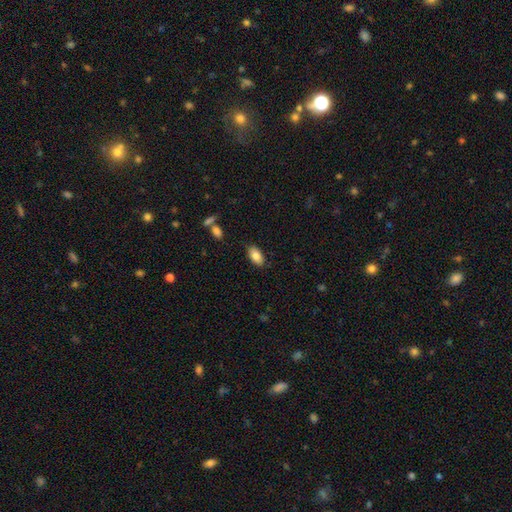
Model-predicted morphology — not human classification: A smooth galaxy with no disk features (84%) that is in between round and cigar-shaped (92%).

Vote fractions:
- Smooth or featured? smooth: 84% / featured or disk: 9% / star or artifact: 7%
- How rounded? in between: 92% / cigar-shaped: 4% / round: 4%
- Merging? none: 85% / minor disturbance: 11% / major disturbance: 3% / merger: 2%